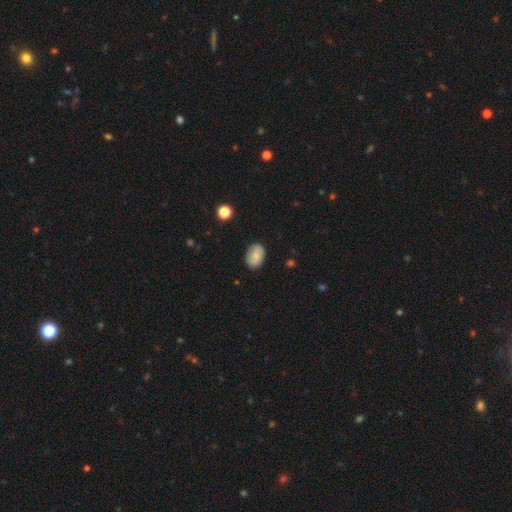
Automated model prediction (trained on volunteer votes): Smooth or featured? smooth (74%)
How rounded? in between (83%)
Merging? none (83%)